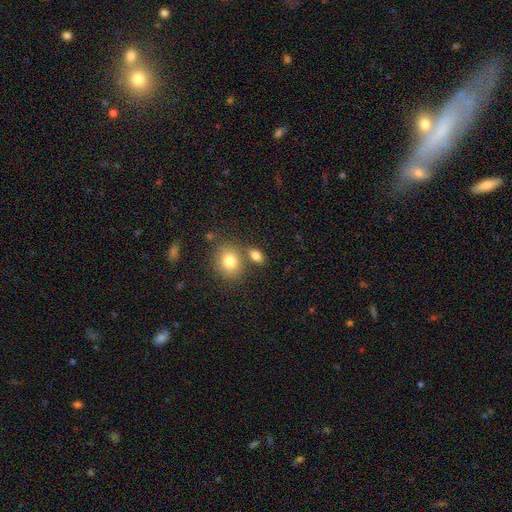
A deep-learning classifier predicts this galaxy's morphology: A smooth galaxy with no disk features (81%) that is in between round and cigar-shaped (75%).

Vote fractions:
- Smooth or featured? smooth: 81% / star or artifact: 10% / featured or disk: 9%
- How rounded? in between: 75% / round: 21% / cigar-shaped: 3%
- Merging? none: 63% / merger: 22% / minor disturbance: 11% / major disturbance: 4%